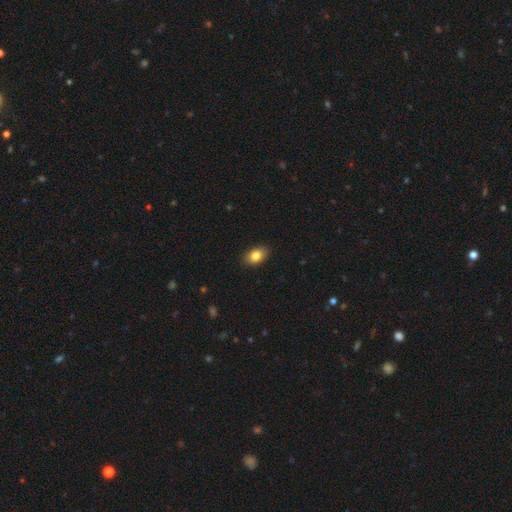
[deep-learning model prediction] Q: Smooth or featured?
A: smooth (84%); runner-up: star or artifact (8%)
Q: How rounded?
A: in between (85%); runner-up: round (14%)
Q: Merging?
A: none (88%); runner-up: minor disturbance (9%)